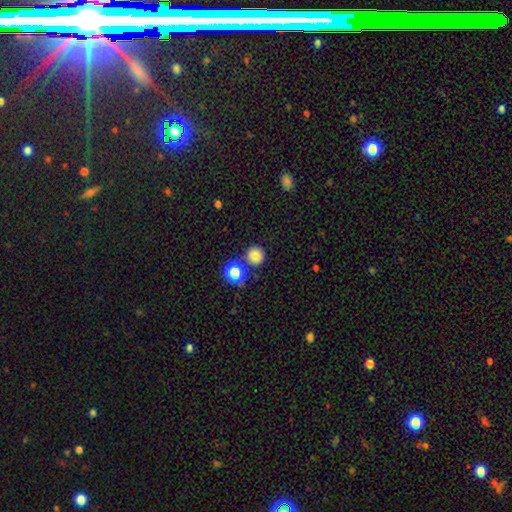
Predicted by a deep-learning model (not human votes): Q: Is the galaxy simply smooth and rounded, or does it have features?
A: smooth — 82%.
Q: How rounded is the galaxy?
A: round — 93%.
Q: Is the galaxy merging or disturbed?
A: none — 78%.